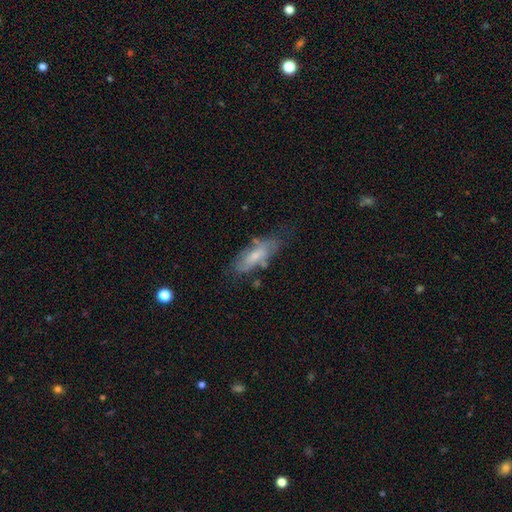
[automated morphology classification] Smooth or featured?
  - smooth: 50% *
  - featured or disk: 43%
  - star or artifact: 7%
Merging?
  - none: 55% *
  - minor disturbance: 28%
  - major disturbance: 12%
  - merger: 6%